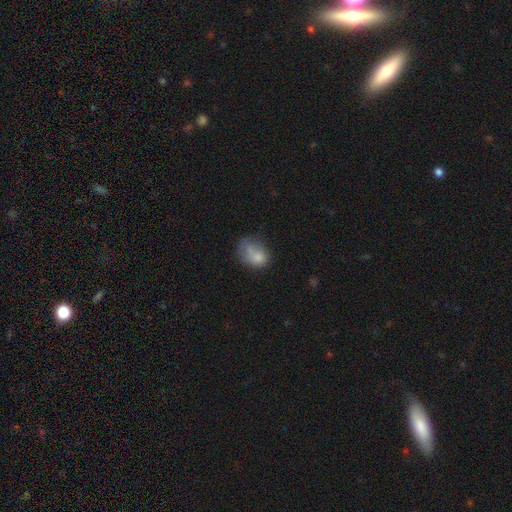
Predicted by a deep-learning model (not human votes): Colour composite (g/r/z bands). It shows a smooth galaxy with no disk features (72%) that is in between round and cigar-shaped (64%). Merging: none (36%).